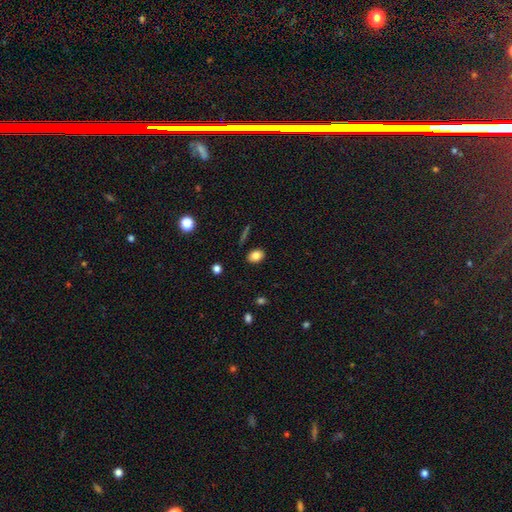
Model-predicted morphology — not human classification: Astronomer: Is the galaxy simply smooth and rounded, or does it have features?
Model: smooth — 84%.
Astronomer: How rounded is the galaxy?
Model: in between — 74%.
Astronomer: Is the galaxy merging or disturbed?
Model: none — 86%.